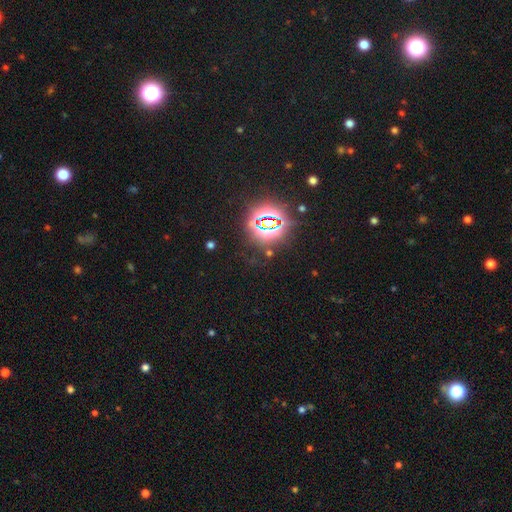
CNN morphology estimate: star or artifact 83%, smooth 10%, featured or disk 7%.